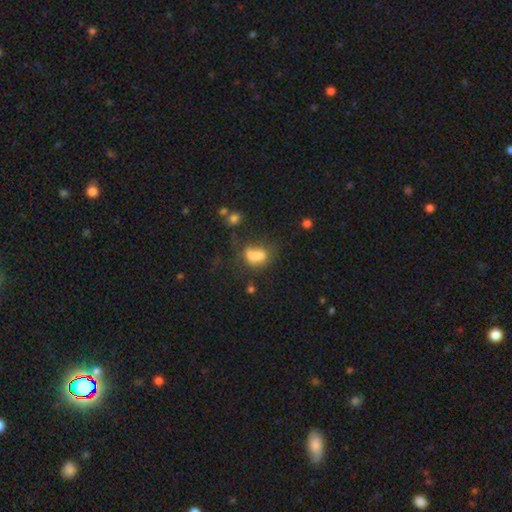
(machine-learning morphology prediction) A smooth galaxy with no disk features (67%) that is in between round and cigar-shaped (75%). Merging: major disturbance (30%).